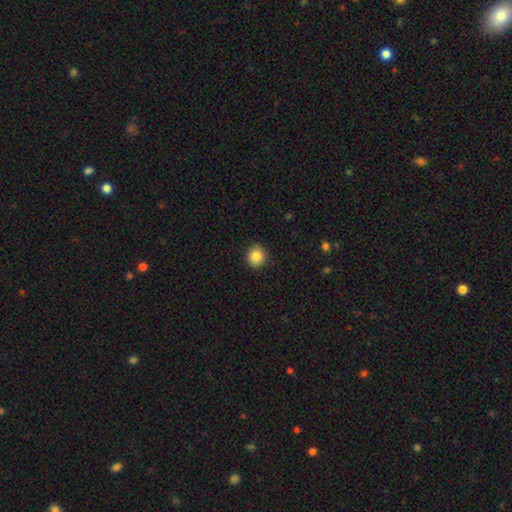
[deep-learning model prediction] A smooth galaxy with no disk features (85%) that is round (88%).

Vote fractions:
- Smooth or featured? smooth: 85% / star or artifact: 9% / featured or disk: 6%
- How rounded? round: 88% / in between: 11% / cigar-shaped: 1%
- Merging? none: 90% / minor disturbance: 7% / major disturbance: 2% / merger: 1%